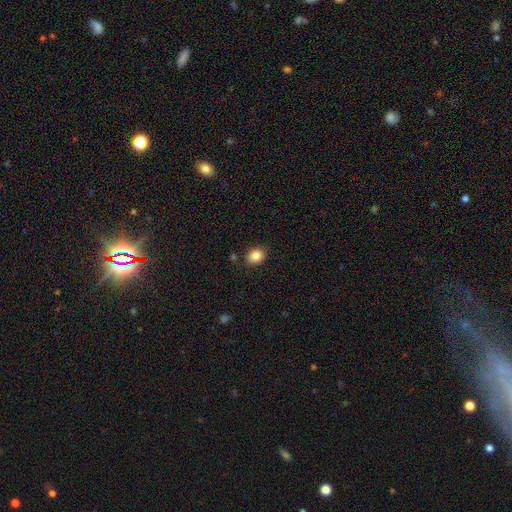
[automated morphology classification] This is clearly a smooth galaxy (85%). How rounded: possibly round (51%). Merging: clearly none (86%).